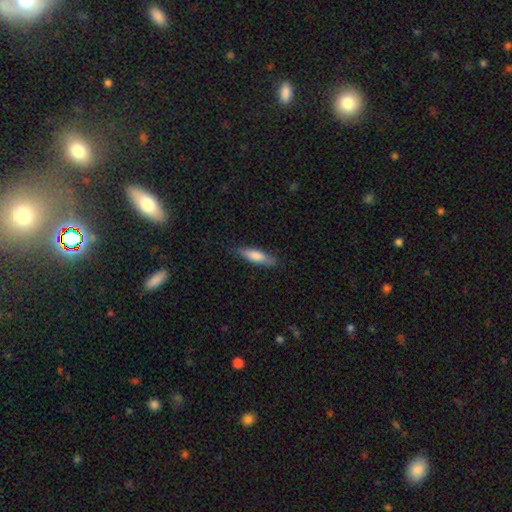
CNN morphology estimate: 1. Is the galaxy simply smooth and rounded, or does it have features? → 77% smooth, 18% featured or disk, 6% star or artifact.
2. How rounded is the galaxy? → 59% cigar-shaped, 40% in between, 2% round.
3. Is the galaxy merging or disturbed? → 79% none, 16% minor disturbance, 3% major disturbance, 1% merger.